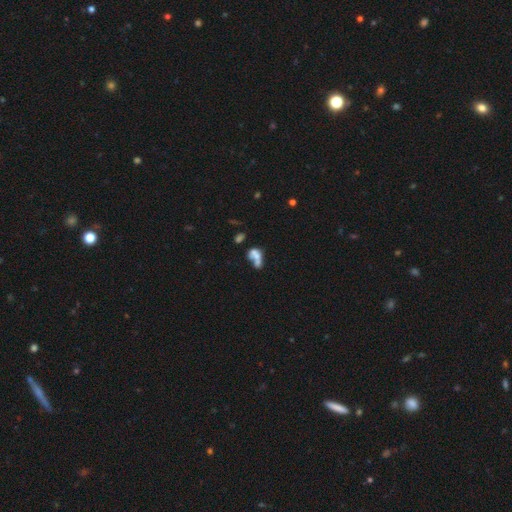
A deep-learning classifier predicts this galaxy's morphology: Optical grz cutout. It shows a smooth galaxy with no disk features (55%) that is in between round and cigar-shaped (72%). Merging: merger (63%).